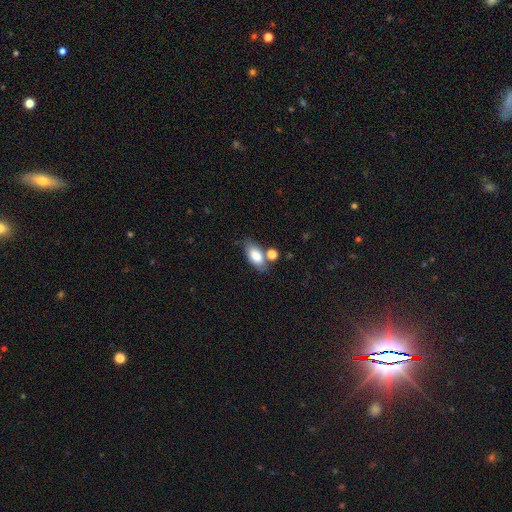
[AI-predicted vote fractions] Smooth or featured: smooth — 80% (featured or disk — 12%)
How rounded: in between — 89% (cigar-shaped — 6%)
Merging: none — 61% (merger — 19%)